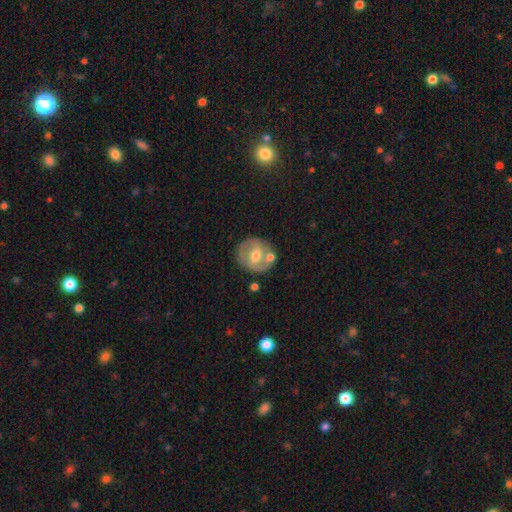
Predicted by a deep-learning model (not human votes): Morphology: type=featured or disk (52%); edge-on=no (96%); bar=no (45%); spiral arms=no (56%); bulge=moderate (72%); merging=none (64%).